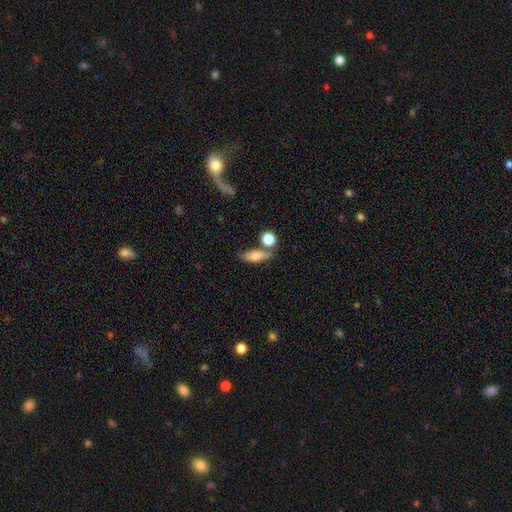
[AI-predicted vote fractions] Morphology: type=smooth (75%); roundness=in between (70%); merging=none (61%).